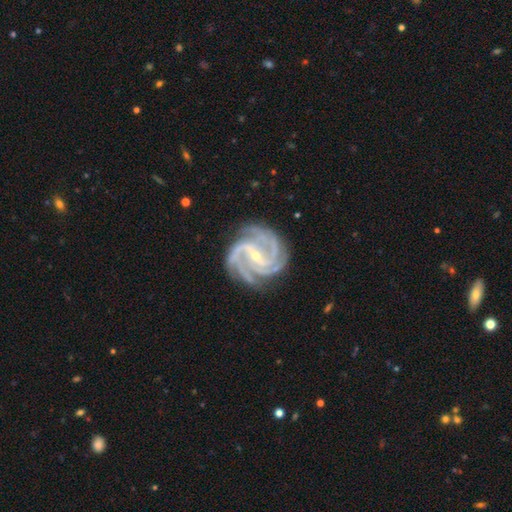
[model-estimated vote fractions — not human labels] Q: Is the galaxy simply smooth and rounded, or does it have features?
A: featured or disk — 93%.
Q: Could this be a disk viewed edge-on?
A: no — 98%.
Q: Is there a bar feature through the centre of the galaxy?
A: strong — 45%.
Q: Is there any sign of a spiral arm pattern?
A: yes — 99%.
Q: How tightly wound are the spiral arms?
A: tight — 51%.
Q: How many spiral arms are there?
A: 4 — 42%.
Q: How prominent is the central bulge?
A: small — 76%.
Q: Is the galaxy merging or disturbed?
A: none — 80%.